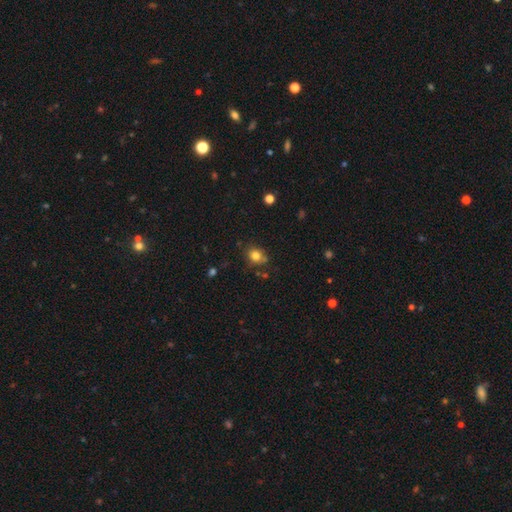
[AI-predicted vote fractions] Overall: smooth (80%). How rounded: round (76%). Merging: none (73%).